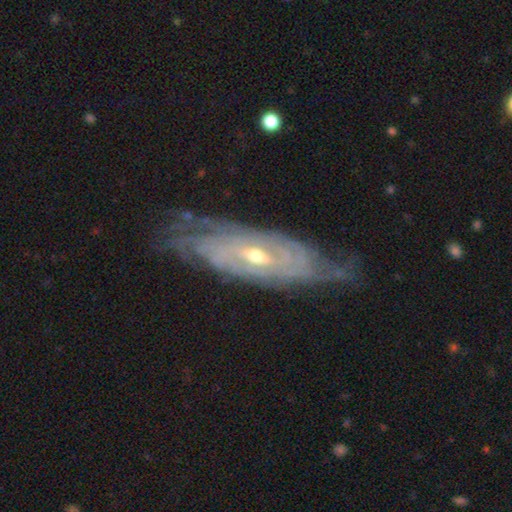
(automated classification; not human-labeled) Q: Smooth or featured?
A: featured or disk (86%); runner-up: smooth (7%)
Q: Edge-on disk?
A: no (83%); runner-up: yes (17%)
Q: Bar?
A: no (51%); runner-up: weak (36%)
Q: Spiral arms?
A: yes (95%); runner-up: no (5%)
Q: Spiral winding?
A: tight (74%); runner-up: medium (21%)
Q: Spiral arm count?
A: can't tell (48%); runner-up: 2 (17%)
Q: Bulge size?
A: small (53%); runner-up: moderate (44%)
Q: Merging?
A: none (73%); runner-up: minor disturbance (19%)